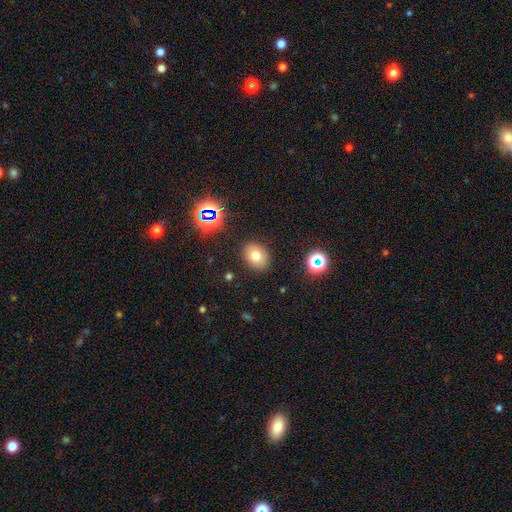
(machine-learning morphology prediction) smooth_or_featured: smooth (p=0.74) [alt: star or artifact p=0.15]
how_rounded: in between (p=0.57) [alt: round p=0.42]
merging: none (p=0.87) [alt: minor disturbance p=0.09]